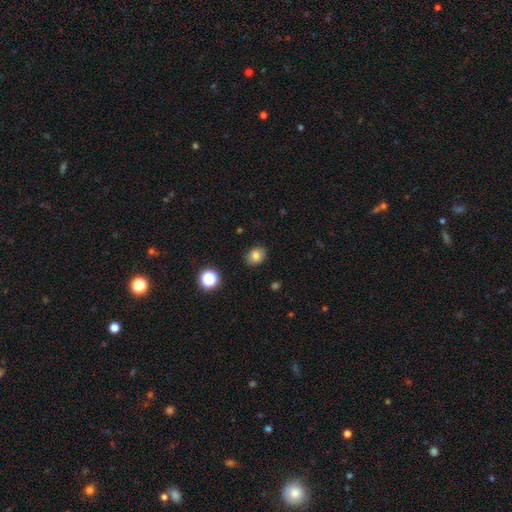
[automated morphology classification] A smooth galaxy with no disk features (79%) that is round (51%).

Vote fractions:
- Smooth or featured? smooth: 79% / star or artifact: 12% / featured or disk: 8%
- How rounded? round: 51% / in between: 48% / cigar-shaped: 1%
- Merging? none: 85% / minor disturbance: 11% / major disturbance: 2% / merger: 1%